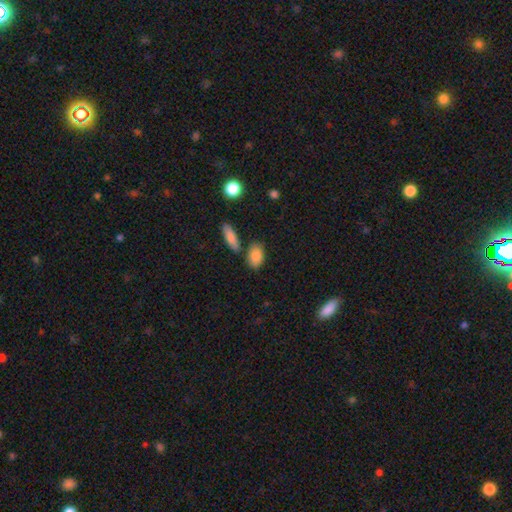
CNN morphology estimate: type=smooth (85%); roundness=in between (86%); merging=none (72%).